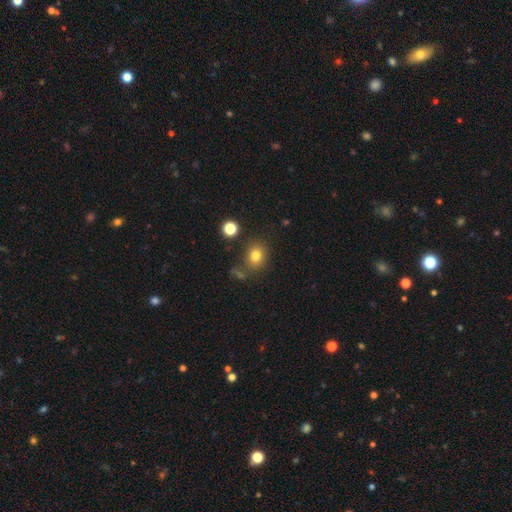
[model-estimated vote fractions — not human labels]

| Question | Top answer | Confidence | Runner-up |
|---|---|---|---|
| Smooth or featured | smooth | 79% | star or artifact (13%) |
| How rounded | round | 69% | in between (30%) |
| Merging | none | 76% | minor disturbance (12%) |